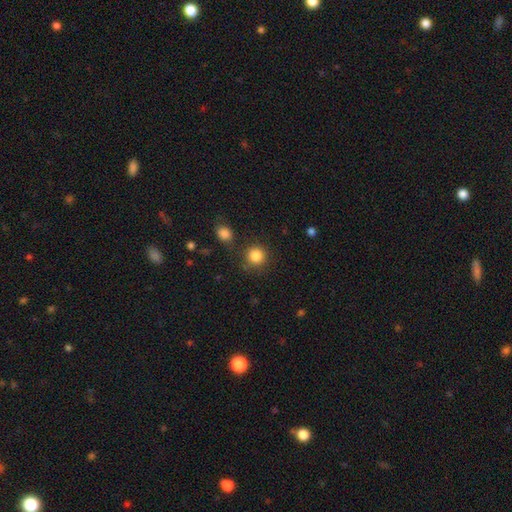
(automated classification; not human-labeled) This appears to be a smooth galaxy with no disk features (85%) that is round (93%). Merging: none (82%).